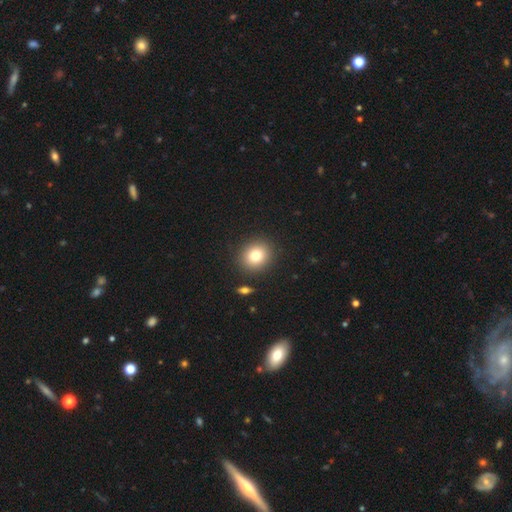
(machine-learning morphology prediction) Smooth or featured: smooth — 79% (star or artifact — 11%)
How rounded: round — 76% (in between — 23%)
Merging: none — 89% (minor disturbance — 6%)